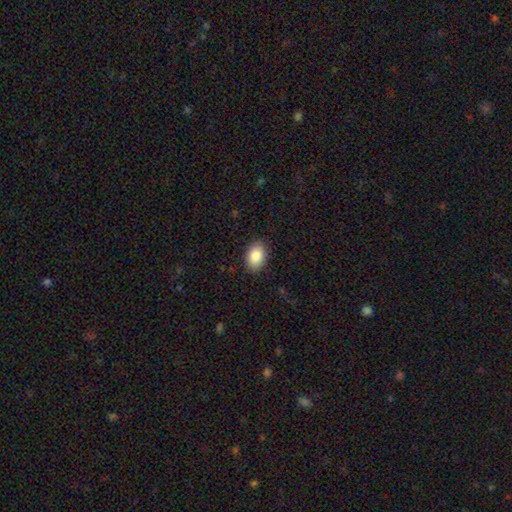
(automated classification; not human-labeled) Overall: smooth (86%). How rounded: in between (89%). Merging: none (87%).